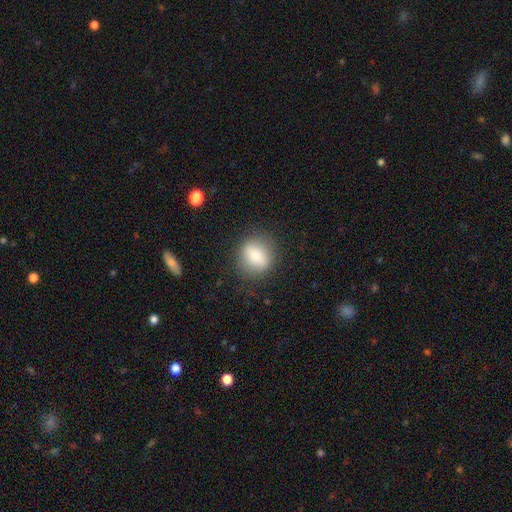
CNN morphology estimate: smooth 77%, featured or disk 15%, star or artifact 8%. Down the decision tree: how rounded — round (68%); merging — none (81%).